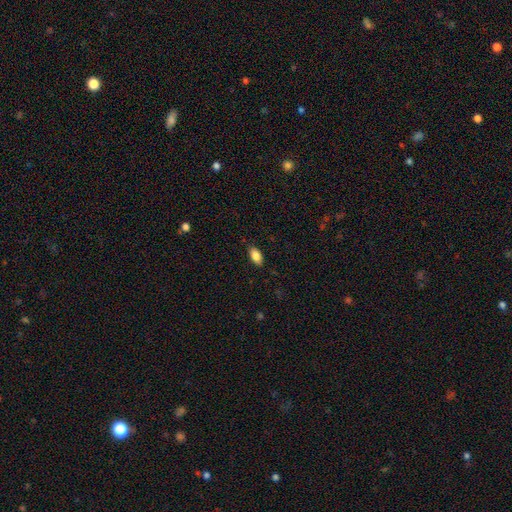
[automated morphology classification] The model was most divided on "merging": none: 87%, minor disturbance: 10%, major disturbance: 2%, merger: 1%. More confident: how rounded — in between (91%); smooth or featured — smooth (85%).